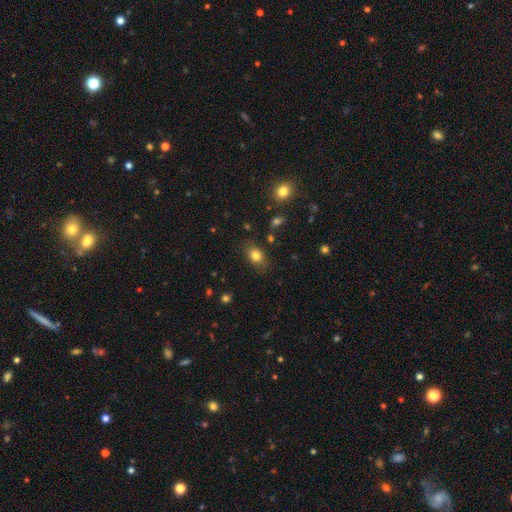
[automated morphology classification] Smooth or featured? Predicted: smooth (p=0.80). How rounded? Predicted: in between (p=0.73). Merging? Predicted: none (p=0.79).